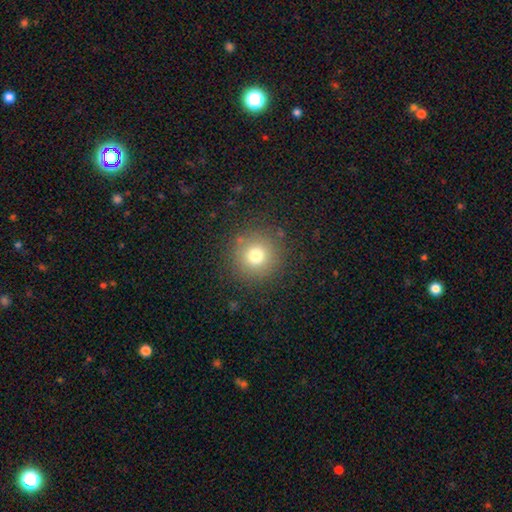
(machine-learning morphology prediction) Q: Smooth or featured?
A: smooth (75%); runner-up: star or artifact (15%)
Q: How rounded?
A: round (95%); runner-up: in between (4%)
Q: Merging?
A: none (87%); runner-up: minor disturbance (8%)